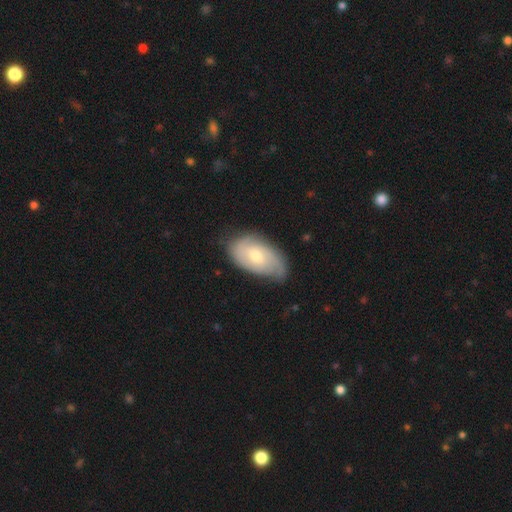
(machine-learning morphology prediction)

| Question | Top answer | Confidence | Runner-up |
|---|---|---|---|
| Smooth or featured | featured or disk | 59% | smooth (34%) |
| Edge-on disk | no | 93% | yes (7%) |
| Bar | no | 59% | weak (35%) |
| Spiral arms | yes | 83% | no (17%) |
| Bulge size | moderate | 58% | small (38%) |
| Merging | none | 64% | minor disturbance (28%) |